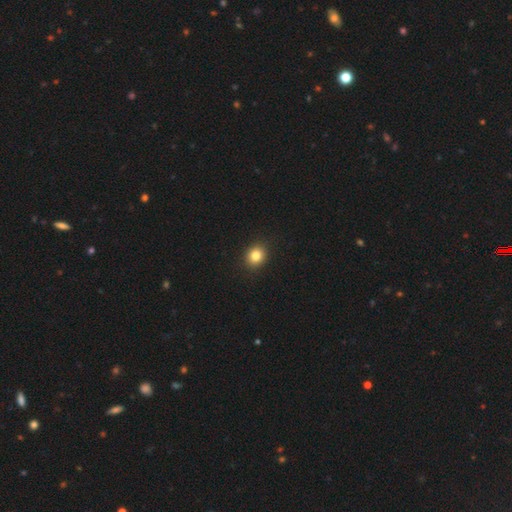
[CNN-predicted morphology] Smooth or featured: smooth — 83% (star or artifact — 11%)
How rounded: round — 71% (in between — 28%)
Merging: none — 91% (minor disturbance — 6%)